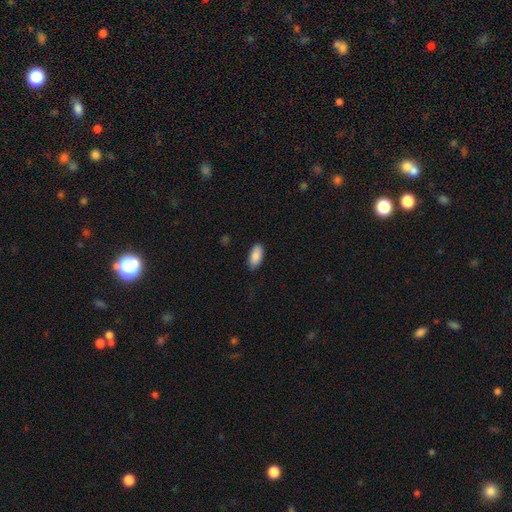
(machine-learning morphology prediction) smooth-or-featured: smooth: 89% | star or artifact: 6% | featured or disk: 5%
  how-rounded: in between: 92% | cigar-shaped: 6% | round: 2%
  merging: none: 86% | minor disturbance: 11% | major disturbance: 2% | merger: 1%